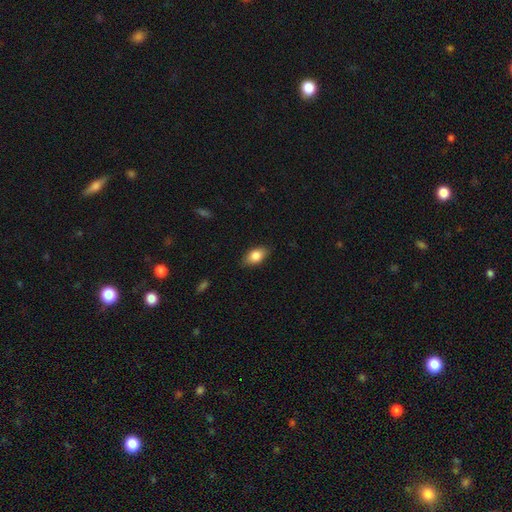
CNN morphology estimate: This is clearly a smooth galaxy (83%). How rounded: clearly in between (89%). Merging: clearly none (84%).